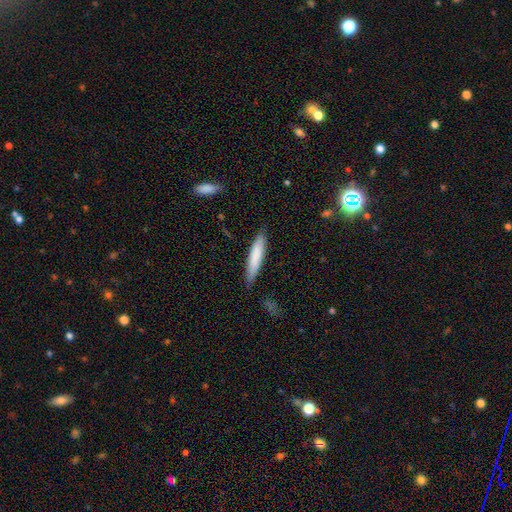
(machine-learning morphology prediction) Q: Smooth or featured?
A: smooth (79%); runner-up: featured or disk (15%)
Q: How rounded?
A: cigar-shaped (86%); runner-up: in between (13%)
Q: Merging?
A: none (85%); runner-up: minor disturbance (11%)